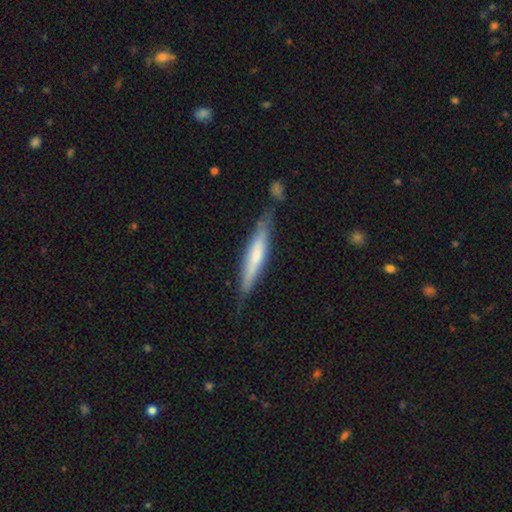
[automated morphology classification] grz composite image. It shows a smooth galaxy with no disk features (52%) that is cigar-shaped (91%). Merging: none (74%).